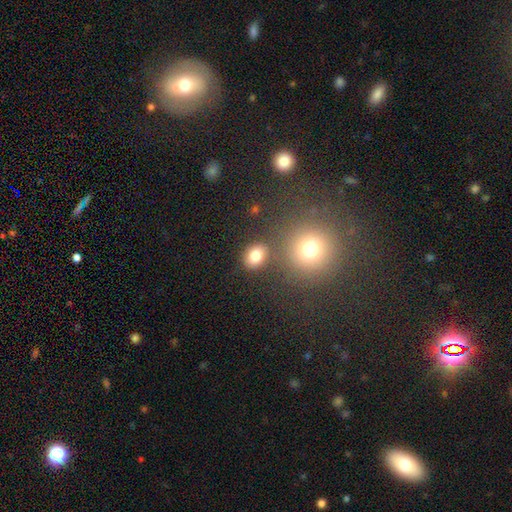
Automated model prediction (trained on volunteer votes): smooth_or_featured: smooth (p=0.80) [alt: star or artifact p=0.12]
how_rounded: in between (p=0.51) [alt: round p=0.48]
merging: none (p=0.76) [alt: merger p=0.10]